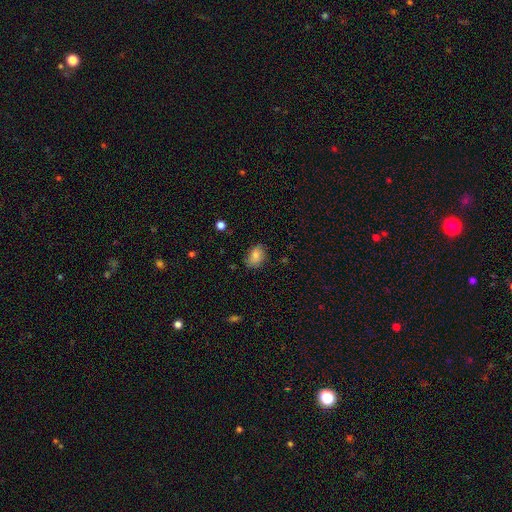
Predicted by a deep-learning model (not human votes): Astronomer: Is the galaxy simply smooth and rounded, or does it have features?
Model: smooth — 78%.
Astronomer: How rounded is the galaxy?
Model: in between — 78%.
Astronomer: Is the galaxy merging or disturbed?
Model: none — 69%.